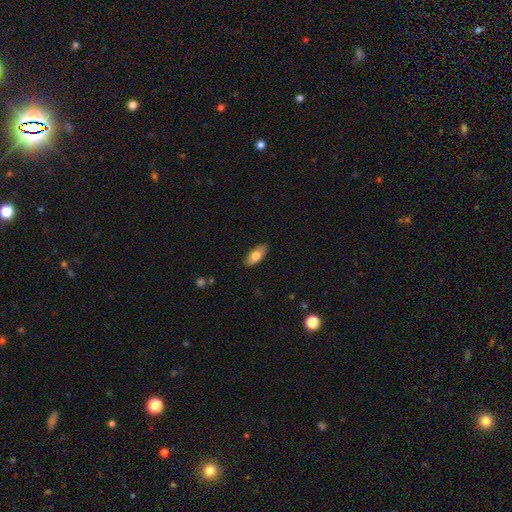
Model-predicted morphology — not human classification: smooth_or_featured: smooth (p=0.76) [alt: featured or disk p=0.18]
how_rounded: in between (p=0.82) [alt: cigar-shaped p=0.15]
merging: none (p=0.86) [alt: minor disturbance p=0.11]